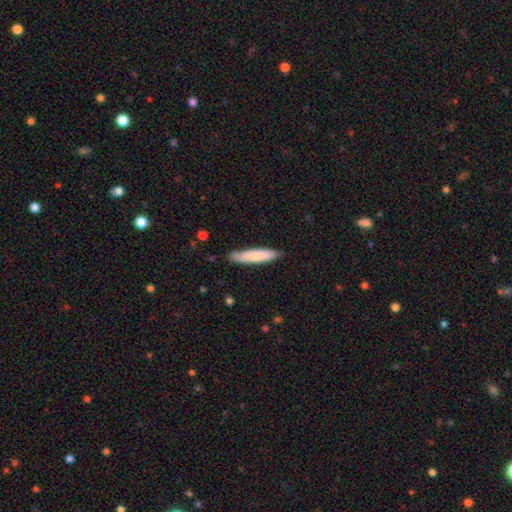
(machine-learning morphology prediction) Smooth or featured: smooth — 78% (featured or disk — 16%)
How rounded: cigar-shaped — 83% (in between — 16%)
Merging: none — 86% (minor disturbance — 11%)